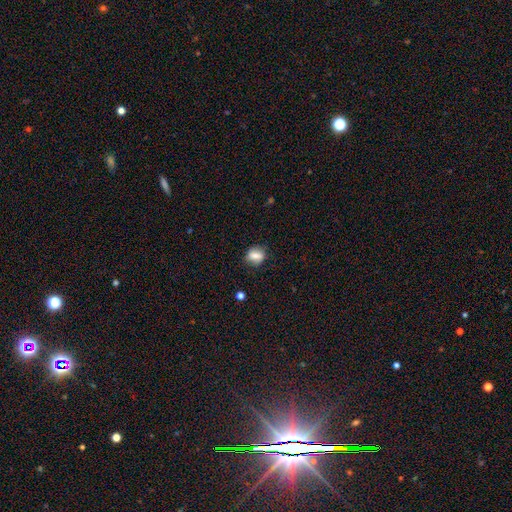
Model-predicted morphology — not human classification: smooth-or-featured: smooth: 73% | featured or disk: 17% | star or artifact: 9%
  how-rounded: round: 50% | in between: 47% | cigar-shaped: 3%
  merging: none: 79% | minor disturbance: 15% | major disturbance: 4% | merger: 2%